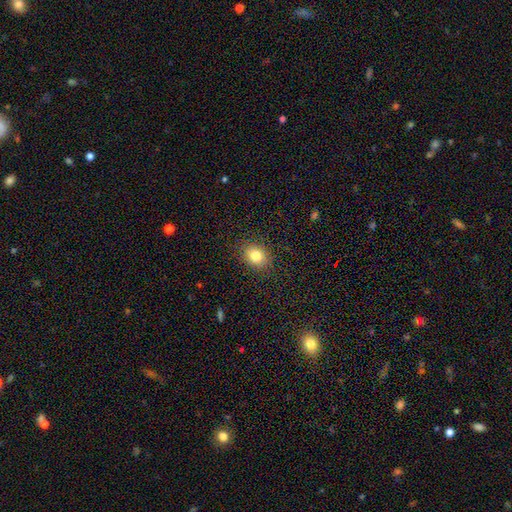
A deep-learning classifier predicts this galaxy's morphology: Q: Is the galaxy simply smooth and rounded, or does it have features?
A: smooth — 82%.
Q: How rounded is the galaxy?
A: in between — 51%.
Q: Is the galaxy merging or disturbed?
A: none — 86%.